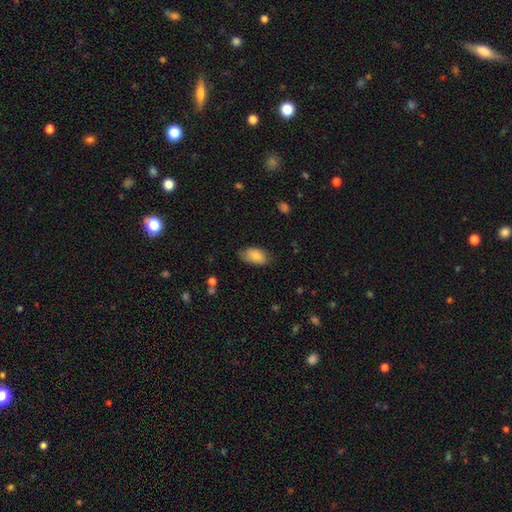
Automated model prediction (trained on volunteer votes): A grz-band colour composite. It shows a smooth galaxy with no disk features (83%) that is in between round and cigar-shaped (94%). Merging: none (71%).